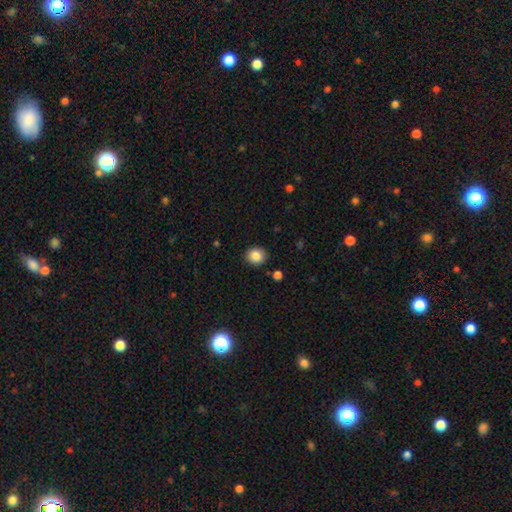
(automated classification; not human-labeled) Smooth or featured?
  - smooth: 86% *
  - star or artifact: 10%
  - featured or disk: 5%
How rounded?
  - round: 80% *
  - in between: 19%
  - cigar-shaped: 1%
Merging?
  - none: 89% *
  - minor disturbance: 7%
  - major disturbance: 2%
  - merger: 2%